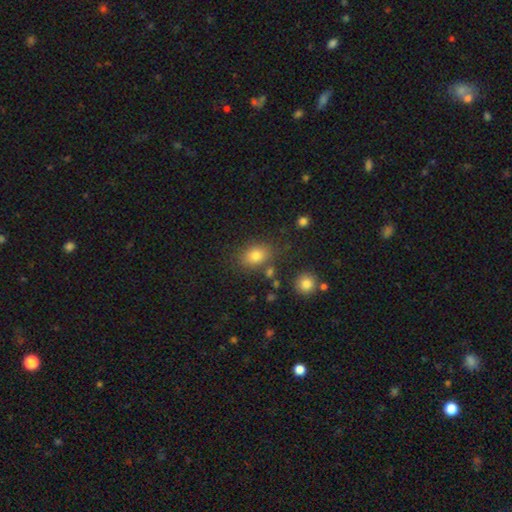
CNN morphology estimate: Smooth or featured? Predicted: smooth (p=0.79). How rounded? Predicted: in between (p=0.74). Merging? Predicted: none (p=0.77).